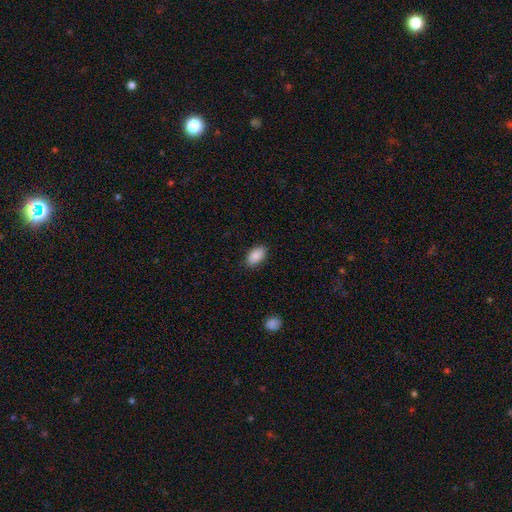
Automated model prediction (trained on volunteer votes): Smooth or featured? Predicted: smooth (p=0.89). How rounded? Predicted: in between (p=0.94). Merging? Predicted: none (p=0.87).